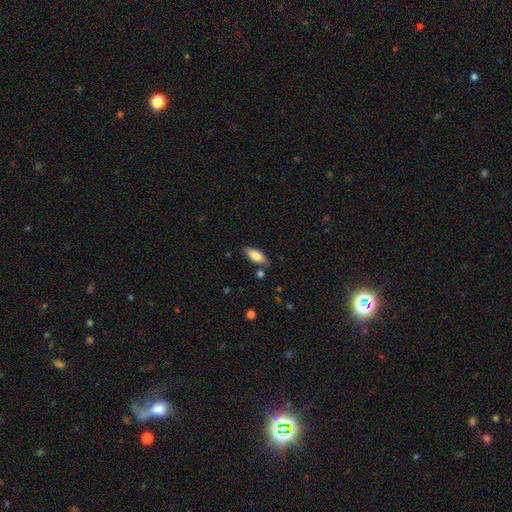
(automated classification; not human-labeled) Smooth or featured? smooth (78%)
How rounded? in between (80%)
Merging? none (77%)